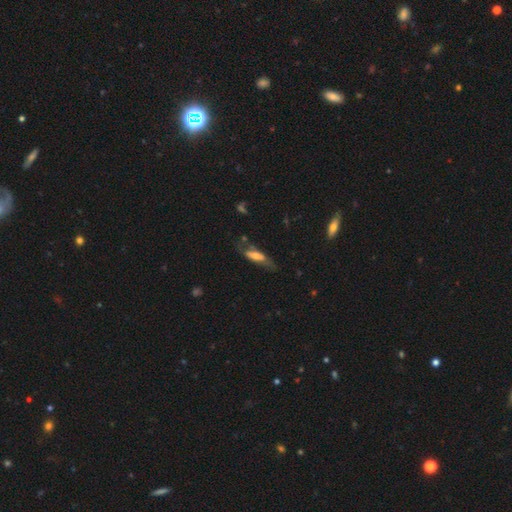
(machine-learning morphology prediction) type=smooth (47%); merging=none (51%).